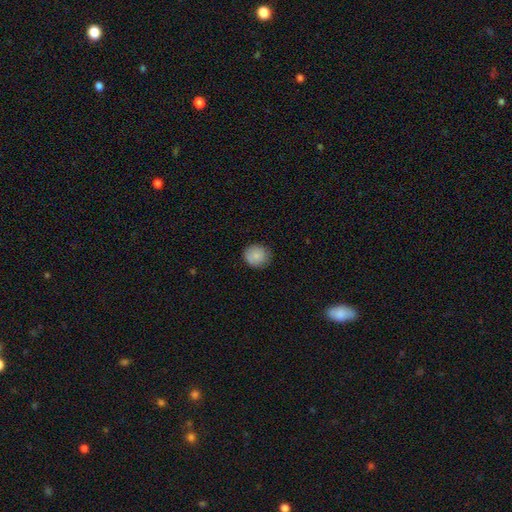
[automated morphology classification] smooth_or_featured: smooth (p=0.84) [alt: featured or disk p=0.09]
how_rounded: round (p=0.84) [alt: in between p=0.15]
merging: none (p=0.80) [alt: minor disturbance p=0.16]